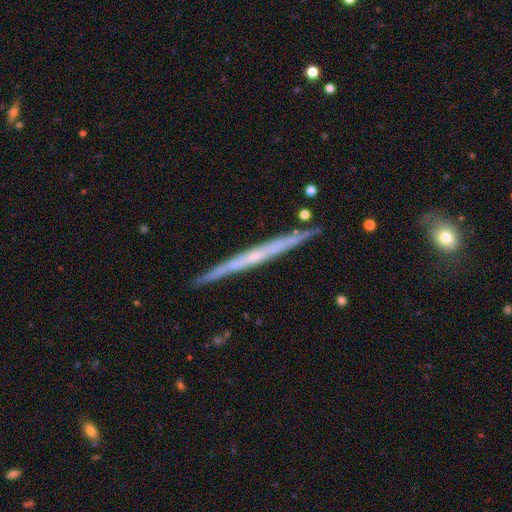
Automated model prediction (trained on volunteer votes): A featured or disk galaxy (69%) viewed edge-on (97%) with no central bulge (74%). Merging: none (89%).